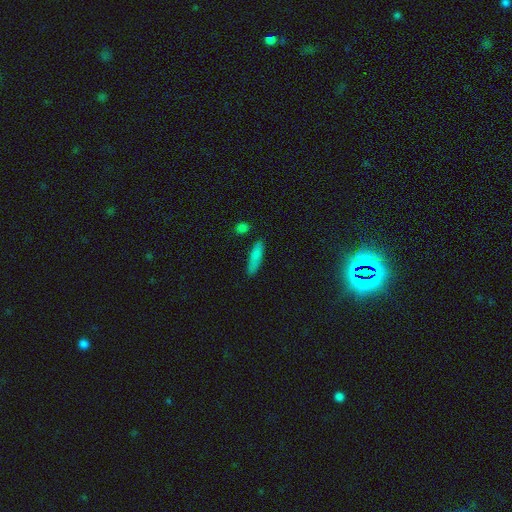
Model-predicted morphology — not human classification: A smooth galaxy with no disk features (81%) that is cigar-shaped (73%). Merging: none (82%).